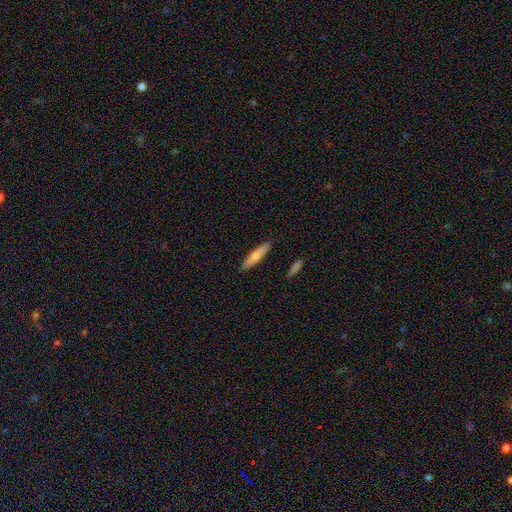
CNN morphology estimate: smooth-or-featured: smooth: 71% | featured or disk: 23% | star or artifact: 6%
  how-rounded: cigar-shaped: 82% | in between: 16% | round: 2%
  merging: none: 89% | minor disturbance: 8% | merger: 2% | major disturbance: 2%